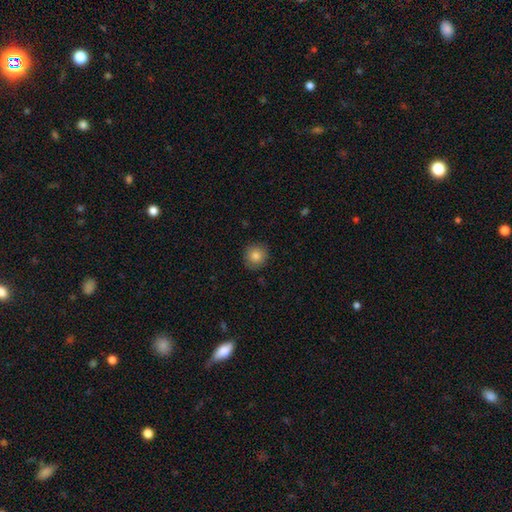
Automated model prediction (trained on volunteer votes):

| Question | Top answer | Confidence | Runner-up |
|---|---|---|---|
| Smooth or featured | smooth | 83% | star or artifact (9%) |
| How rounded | round | 92% | in between (7%) |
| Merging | none | 90% | minor disturbance (7%) |